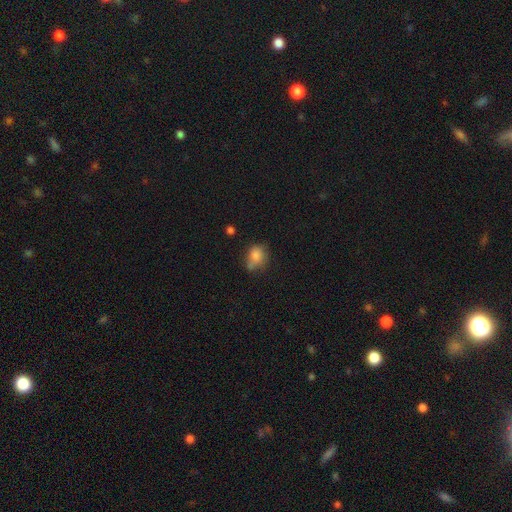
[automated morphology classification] Smooth or featured?
  - smooth: 79% *
  - star or artifact: 11%
  - featured or disk: 10%
How rounded?
  - round: 58% *
  - in between: 41%
  - cigar-shaped: 1%
Merging?
  - none: 48% *
  - minor disturbance: 30%
  - merger: 13%
  - major disturbance: 9%